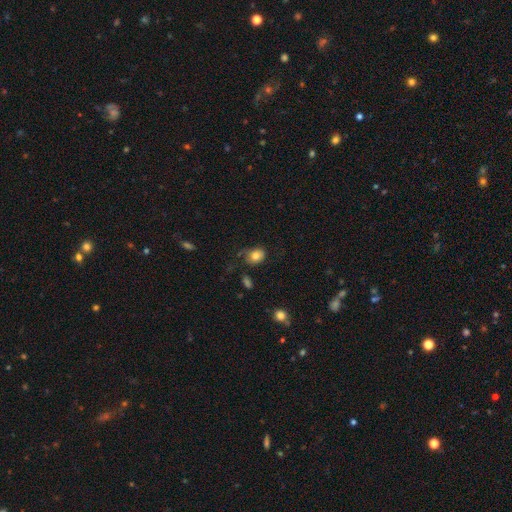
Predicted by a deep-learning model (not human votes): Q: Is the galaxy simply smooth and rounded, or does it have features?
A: smooth — 79%.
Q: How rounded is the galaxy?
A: in between — 56%.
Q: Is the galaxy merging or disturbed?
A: none — 54%.